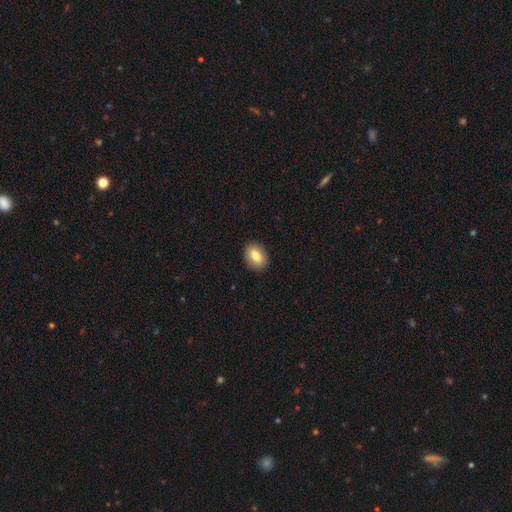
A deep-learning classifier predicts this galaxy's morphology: The model was most divided on "how rounded": in between: 76%, round: 23%, cigar-shaped: 1%. More confident: merging — none (90%); smooth or featured — smooth (81%).